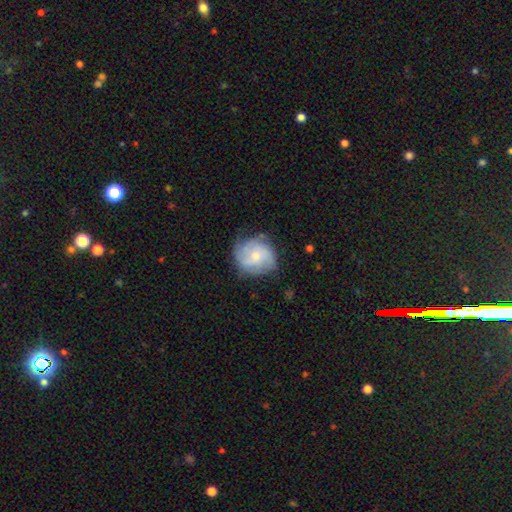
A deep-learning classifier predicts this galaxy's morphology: Smooth or featured? featured or disk (65%)
Edge-on disk? no (98%)
Bar? no (60%)
Spiral arms? yes (90%)
Spiral winding? medium (45%)
Spiral arm count? 2 (34%)
Bulge size? small (49%)
Merging? none (67%)